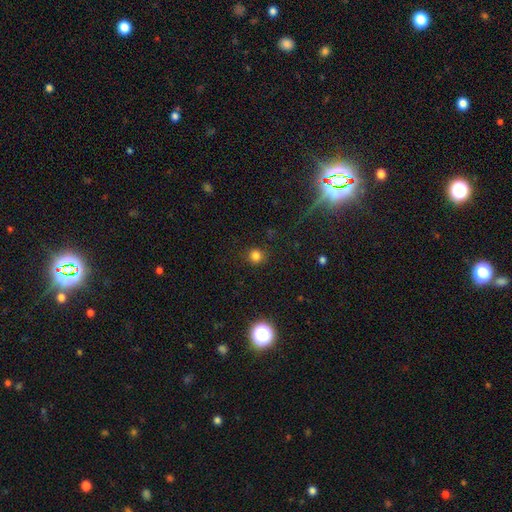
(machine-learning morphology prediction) smooth-or-featured: smooth: 80% | star or artifact: 15% | featured or disk: 4%
  how-rounded: round: 91% | in between: 8% | cigar-shaped: 1%
  merging: none: 88% | minor disturbance: 8% | major disturbance: 3% | merger: 1%